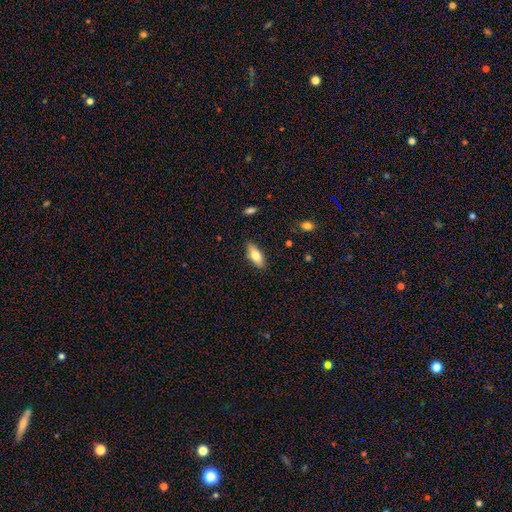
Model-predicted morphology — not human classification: Smooth or featured: smooth — 76% (featured or disk — 17%)
How rounded: in between — 82% (cigar-shaped — 15%)
Merging: none — 86% (minor disturbance — 11%)